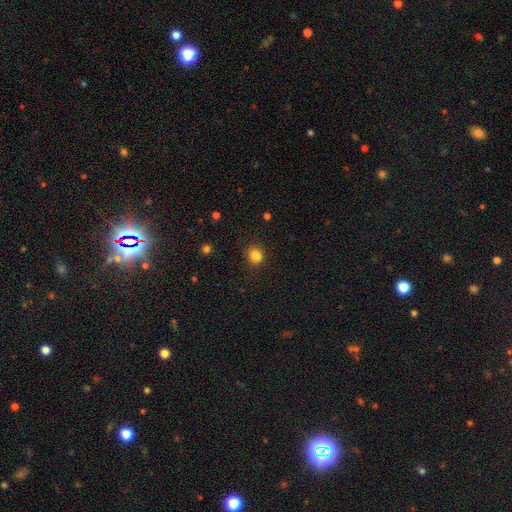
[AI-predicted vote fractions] smooth 84%, star or artifact 12%, featured or disk 4%. Down the decision tree: how rounded — round (74%); merging — none (83%).